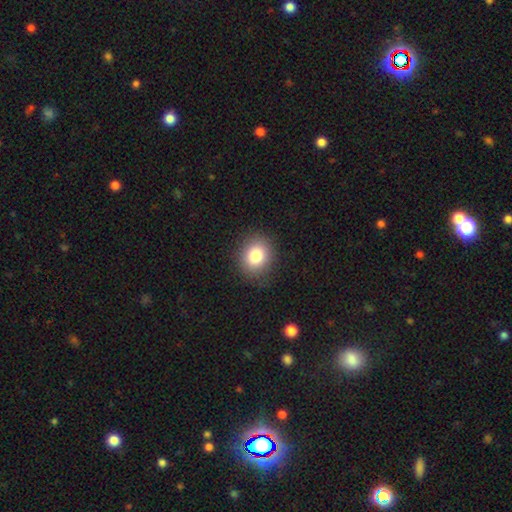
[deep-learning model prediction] Smooth or featured: smooth — 81% (star or artifact — 10%)
How rounded: round — 70% (in between — 29%)
Merging: none — 86% (minor disturbance — 10%)